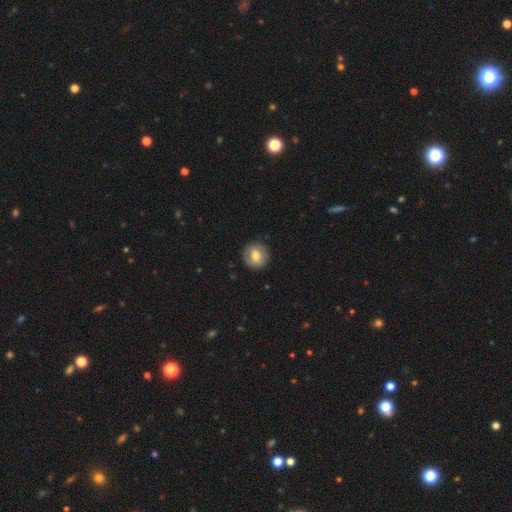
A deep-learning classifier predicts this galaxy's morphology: This appears to be a smooth galaxy with no disk features (70%) that is round (91%). Merging: none (87%).